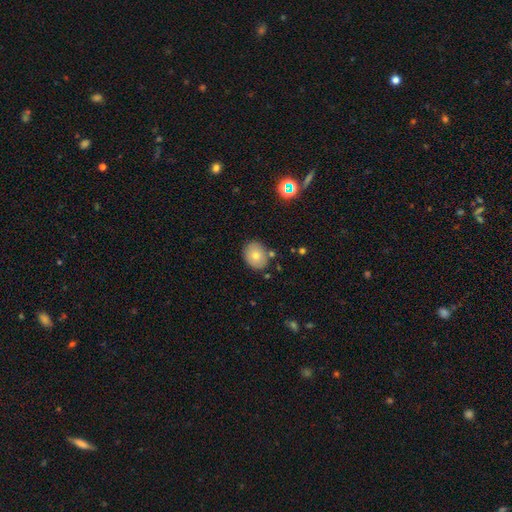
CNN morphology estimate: The model was most divided on "how rounded": round: 51%, in between: 48%, cigar-shaped: 1%. More confident: merging — none (80%); smooth or featured — smooth (73%).